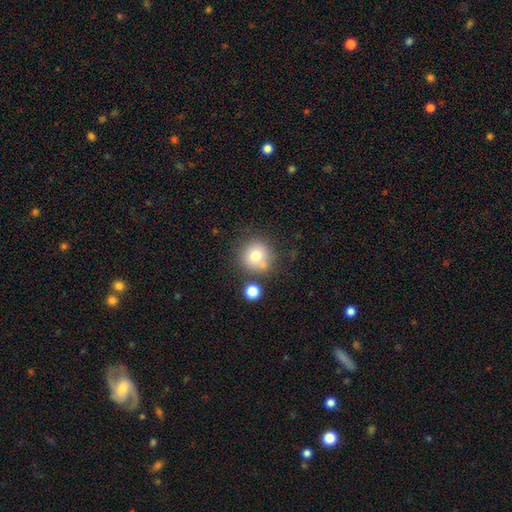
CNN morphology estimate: The model was most divided on "merging": none: 67%, merger: 15%, minor disturbance: 13%, major disturbance: 5%. More confident: how rounded — round (92%); smooth or featured — smooth (76%).